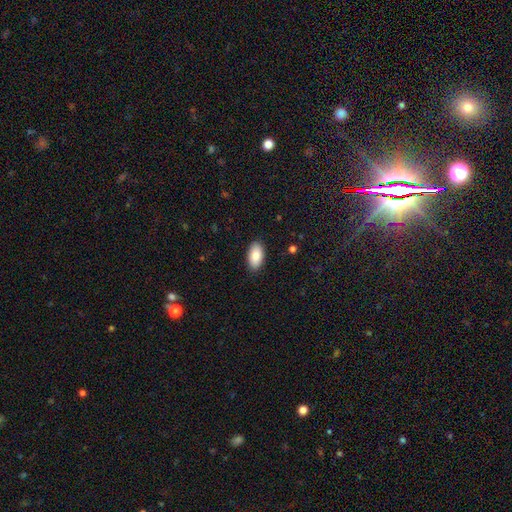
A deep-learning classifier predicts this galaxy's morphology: This appears to be a smooth galaxy with no disk features (86%) that is in between round and cigar-shaped (95%). Merging: none (89%).